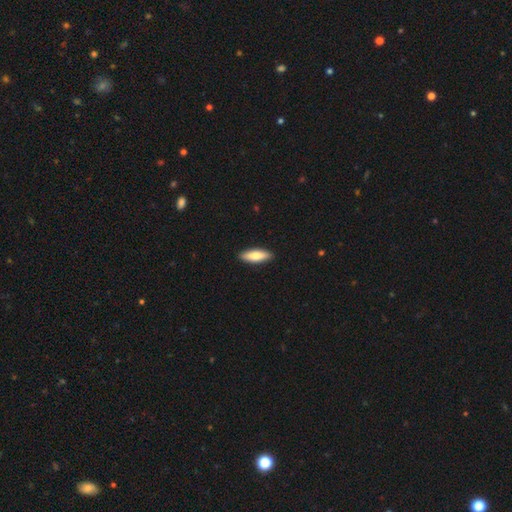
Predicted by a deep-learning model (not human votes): The model was most divided on "how rounded": in between: 50%, cigar-shaped: 48%, round: 2%. More confident: merging — none (91%); smooth or featured — smooth (74%).